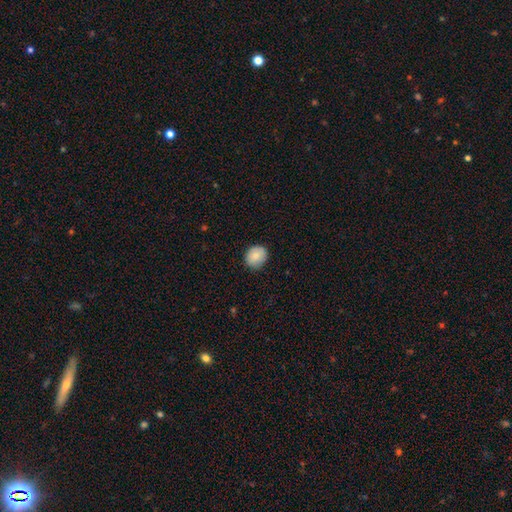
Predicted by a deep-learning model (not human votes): This appears to be a smooth galaxy with no disk features (82%) that is round (74%). Merging: none (83%).